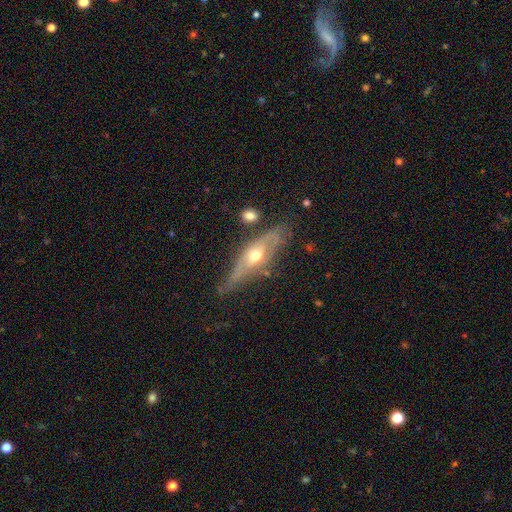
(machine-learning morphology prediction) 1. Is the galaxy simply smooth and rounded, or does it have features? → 69% featured or disk, 24% smooth, 7% star or artifact.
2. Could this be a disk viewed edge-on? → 68% yes, 32% no.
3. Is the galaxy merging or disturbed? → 65% none, 22% minor disturbance, 8% major disturbance, 5% merger.